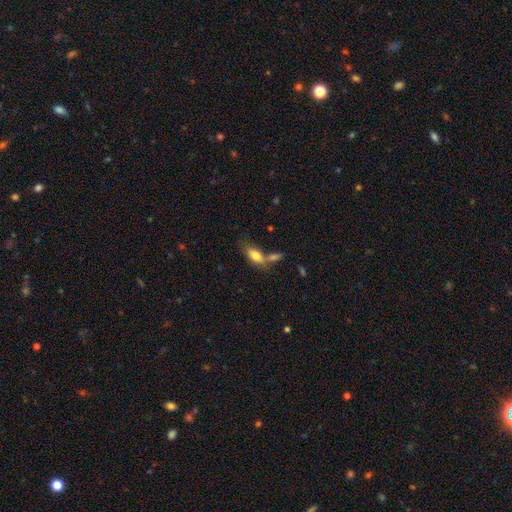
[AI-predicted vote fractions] Overall: smooth (76%). How rounded: in between (84%). Merging: none (41%; merger 37%).